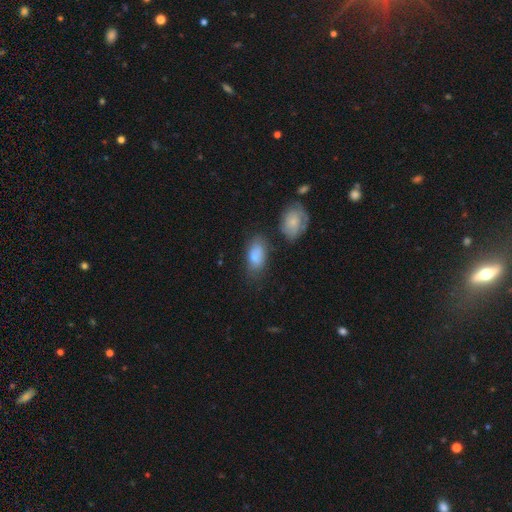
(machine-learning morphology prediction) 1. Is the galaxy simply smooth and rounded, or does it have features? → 77% smooth, 15% featured or disk, 8% star or artifact.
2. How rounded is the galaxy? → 90% in between, 7% round, 3% cigar-shaped.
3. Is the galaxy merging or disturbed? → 55% none, 23% minor disturbance, 14% merger, 9% major disturbance.